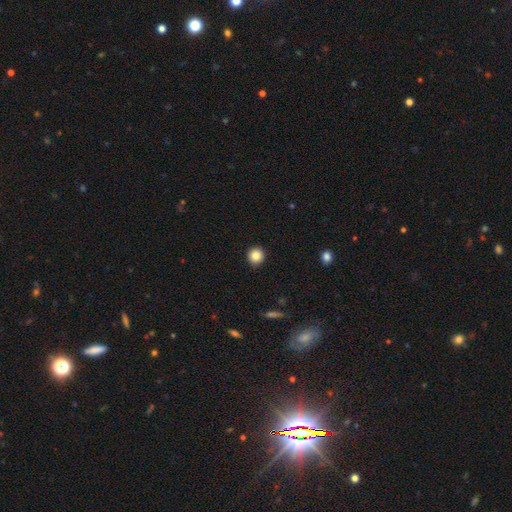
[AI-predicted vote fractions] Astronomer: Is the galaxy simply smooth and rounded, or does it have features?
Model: smooth — 85%.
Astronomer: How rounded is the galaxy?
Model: round — 94%.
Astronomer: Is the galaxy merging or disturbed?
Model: none — 93%.